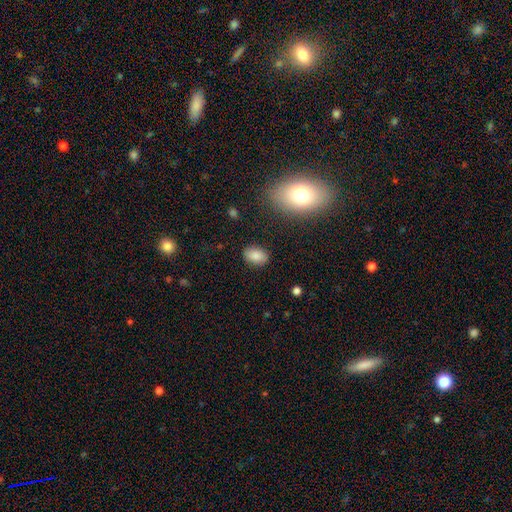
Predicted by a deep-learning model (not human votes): This appears to be a smooth galaxy with no disk features (85%) that is in between round and cigar-shaped (85%). Merging: none (85%).